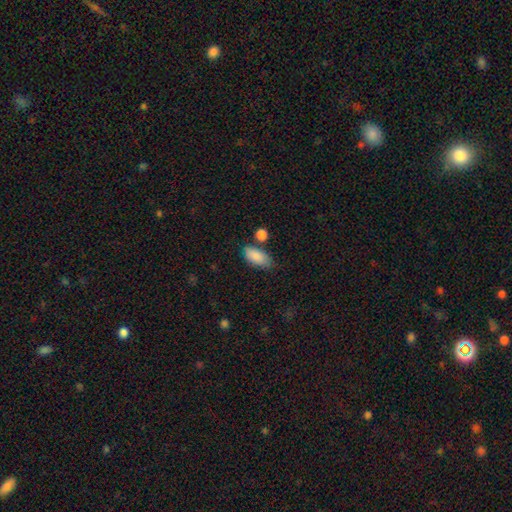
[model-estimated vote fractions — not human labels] A smooth galaxy with no disk features (87%) that is in between round and cigar-shaped (91%). Merging: none (59%).